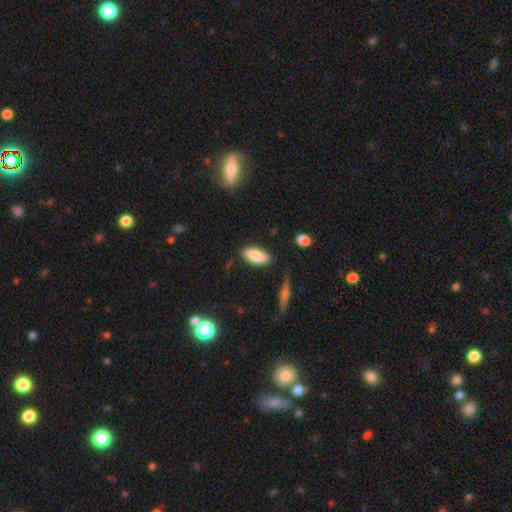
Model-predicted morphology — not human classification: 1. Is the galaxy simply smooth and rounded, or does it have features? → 84% smooth, 10% featured or disk, 6% star or artifact.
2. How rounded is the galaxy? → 88% in between, 10% cigar-shaped, 2% round.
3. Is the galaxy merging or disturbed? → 82% none, 13% minor disturbance, 3% major disturbance, 3% merger.